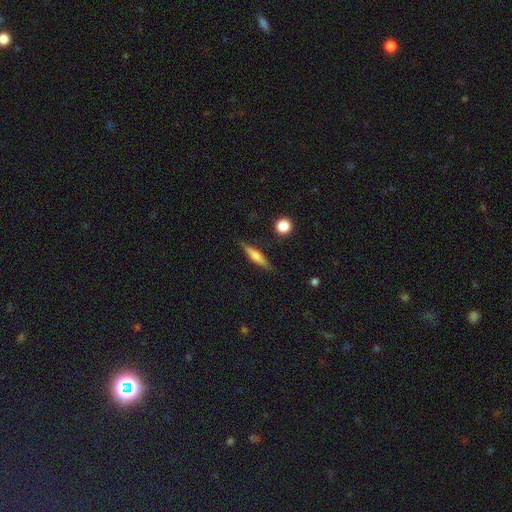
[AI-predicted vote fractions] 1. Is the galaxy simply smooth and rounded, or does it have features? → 59% featured or disk, 34% smooth, 7% star or artifact.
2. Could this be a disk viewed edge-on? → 96% yes, 4% no.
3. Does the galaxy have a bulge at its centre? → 79% rounded, 14% boxy, 8% none.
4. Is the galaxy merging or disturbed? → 87% none, 9% minor disturbance, 2% major disturbance, 2% merger.